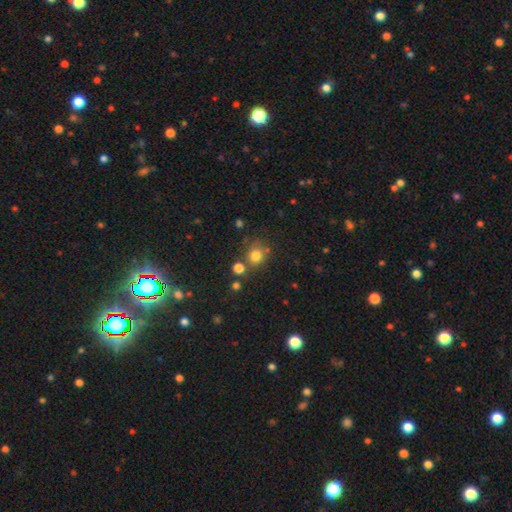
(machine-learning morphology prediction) This appears to be a smooth galaxy with no disk features (77%) that is round (85%). Merging: none (71%).